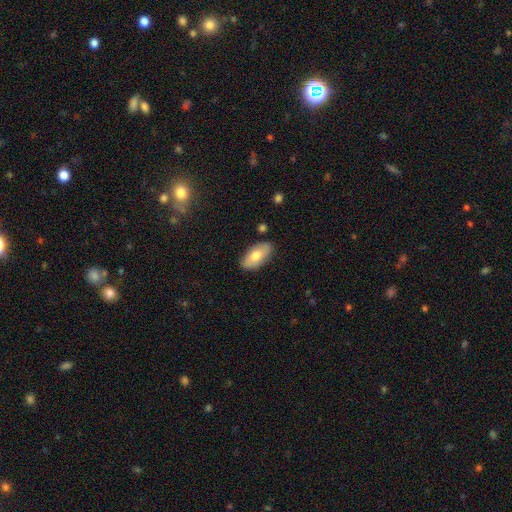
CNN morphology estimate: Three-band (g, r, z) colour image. It shows a smooth galaxy with no disk features (71%) that is in between round and cigar-shaped (94%). Merging: none (85%).